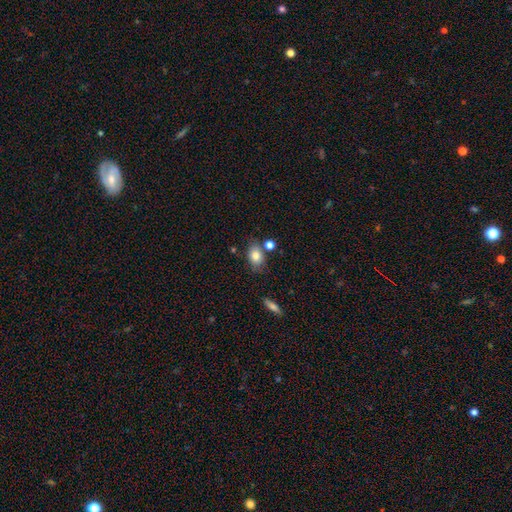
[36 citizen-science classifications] This appears to be a smooth galaxy with no disk features (89%) that is in between round and cigar-shaped (88%). Merging: none (77%).